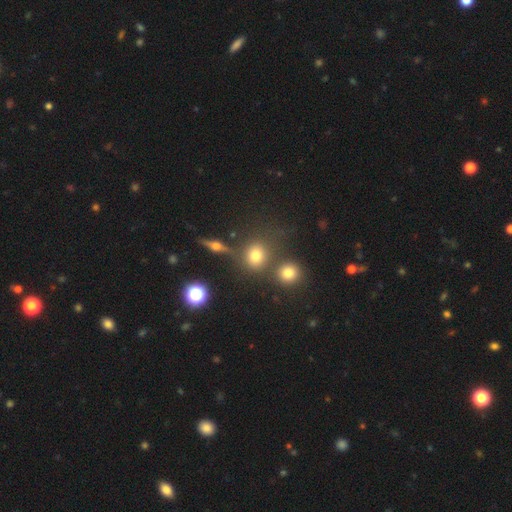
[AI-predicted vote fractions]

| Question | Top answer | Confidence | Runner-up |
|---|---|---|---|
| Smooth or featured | smooth | 72% | star or artifact (15%) |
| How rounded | round | 78% | in between (20%) |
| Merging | none | 69% | merger (16%) |